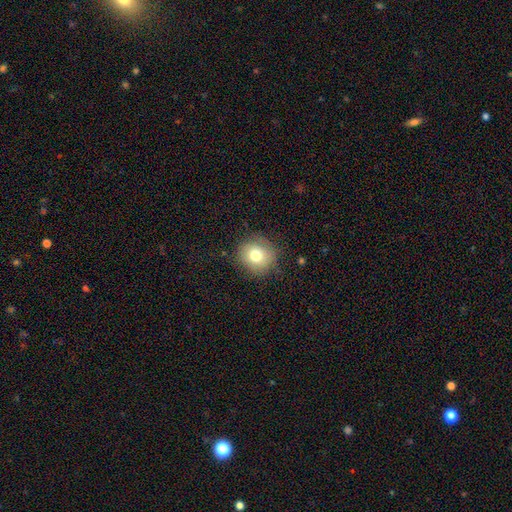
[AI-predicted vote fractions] A smooth galaxy with no disk features (74%) that is round (85%).

Vote fractions:
- Smooth or featured? smooth: 74% / featured or disk: 15% / star or artifact: 11%
- How rounded? round: 85% / in between: 14% / cigar-shaped: 1%
- Merging? none: 81% / minor disturbance: 14% / major disturbance: 4% / merger: 1%